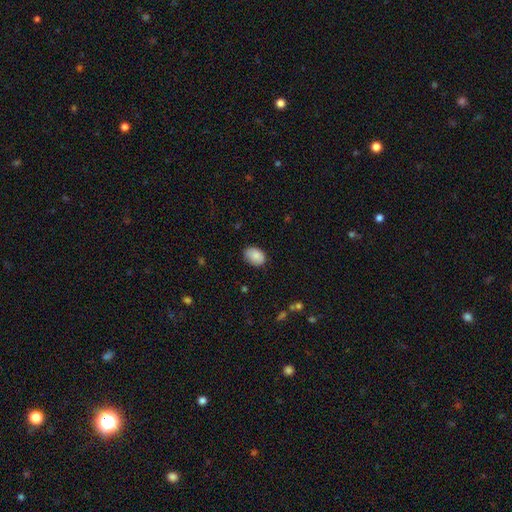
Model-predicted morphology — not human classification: smooth 87%, star or artifact 7%, featured or disk 6%. Down the decision tree: how rounded — in between (80%); merging — none (81%).